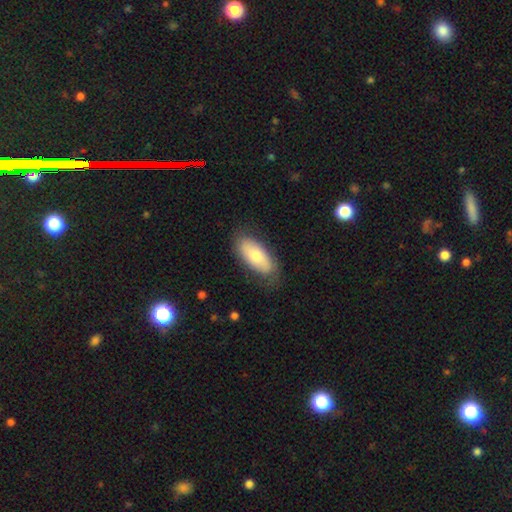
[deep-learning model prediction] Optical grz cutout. It shows a smooth galaxy with no disk features (69%) that is in between round and cigar-shaped (88%). Merging: none (79%).